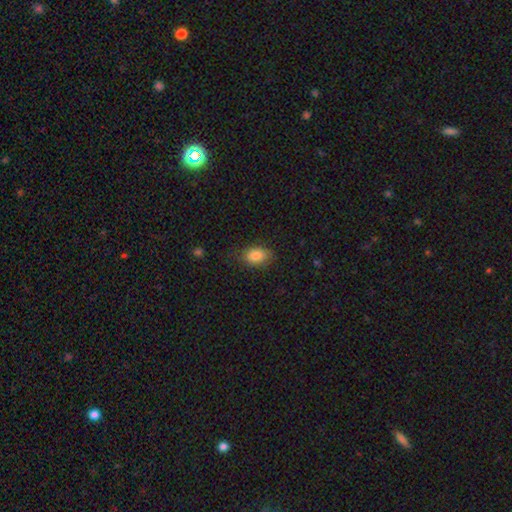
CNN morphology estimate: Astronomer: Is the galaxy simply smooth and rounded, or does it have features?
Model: smooth — 84%.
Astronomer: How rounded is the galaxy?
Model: in between — 86%.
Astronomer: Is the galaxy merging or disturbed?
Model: none — 78%.